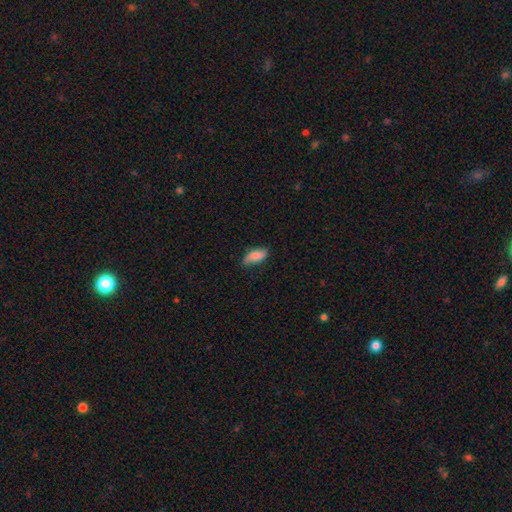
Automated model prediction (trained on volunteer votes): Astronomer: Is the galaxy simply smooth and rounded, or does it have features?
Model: smooth — 82%.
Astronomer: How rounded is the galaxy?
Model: in between — 85%.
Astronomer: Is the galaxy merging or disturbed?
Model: none — 58%.